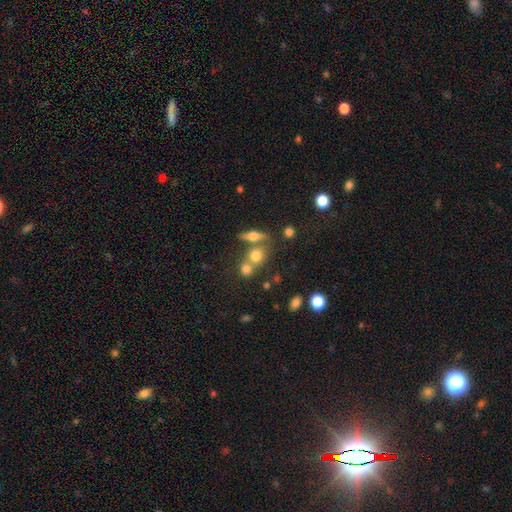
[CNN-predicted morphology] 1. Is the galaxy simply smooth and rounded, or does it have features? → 68% smooth, 18% featured or disk, 13% star or artifact.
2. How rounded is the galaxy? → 67% round, 29% in between, 5% cigar-shaped.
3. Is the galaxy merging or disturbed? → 46% none, 41% merger, 9% minor disturbance, 5% major disturbance.